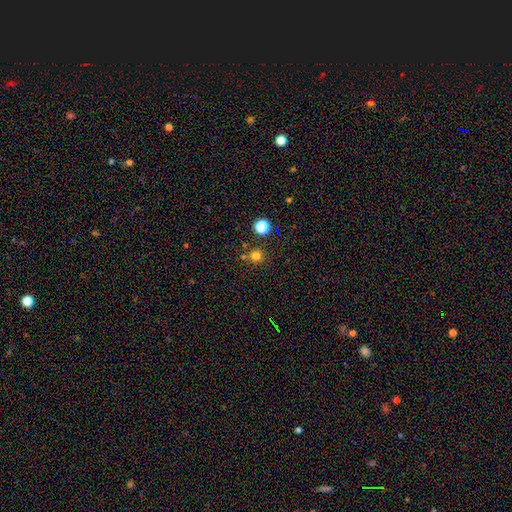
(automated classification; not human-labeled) smooth-or-featured: smooth: 74% | star or artifact: 20% | featured or disk: 6%
  how-rounded: round: 92% | in between: 7% | cigar-shaped: 1%
  merging: none: 78% | merger: 10% | minor disturbance: 8% | major disturbance: 3%